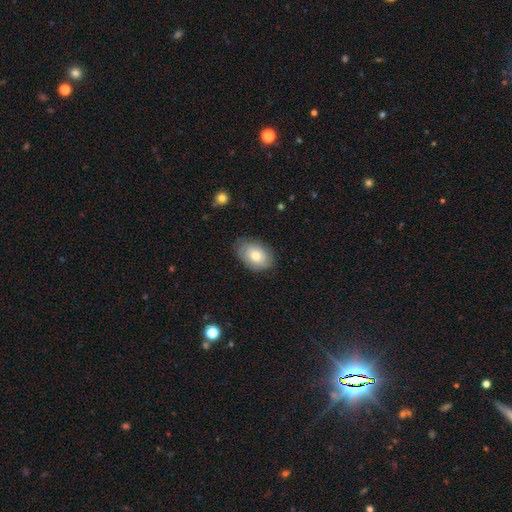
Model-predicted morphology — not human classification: smooth_or_featured: smooth (p=0.66) [alt: featured or disk p=0.27]
how_rounded: in between (p=0.83) [alt: round p=0.16]
merging: none (p=0.76) [alt: minor disturbance p=0.18]